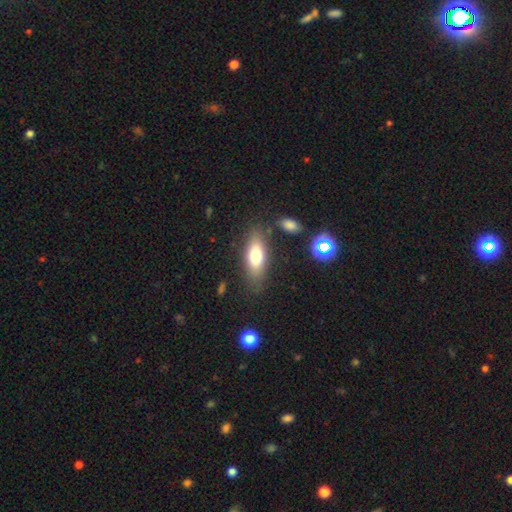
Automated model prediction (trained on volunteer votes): Q: Smooth or featured?
A: smooth (71%); runner-up: featured or disk (20%)
Q: How rounded?
A: in between (72%); runner-up: cigar-shaped (24%)
Q: Merging?
A: none (79%); runner-up: minor disturbance (13%)